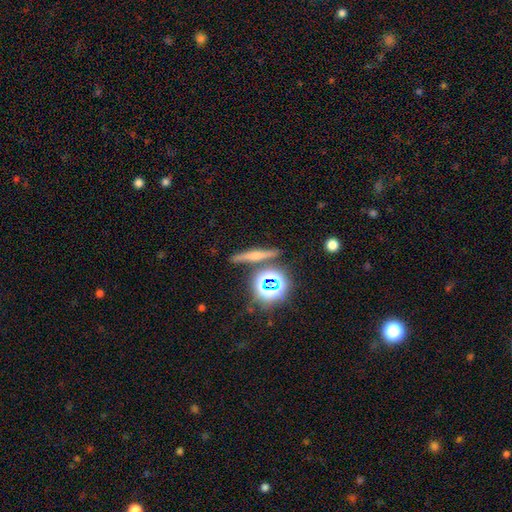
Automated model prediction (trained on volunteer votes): smooth-or-featured: smooth: 41% | featured or disk: 37% | star or artifact: 22%
  merging: none: 82% | minor disturbance: 9% | merger: 6% | major disturbance: 3%